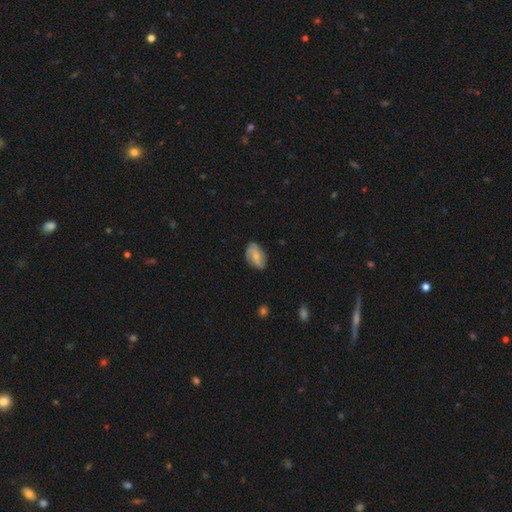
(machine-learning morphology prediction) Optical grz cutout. It shows a smooth galaxy with no disk features (48%). Merging: none (71%).